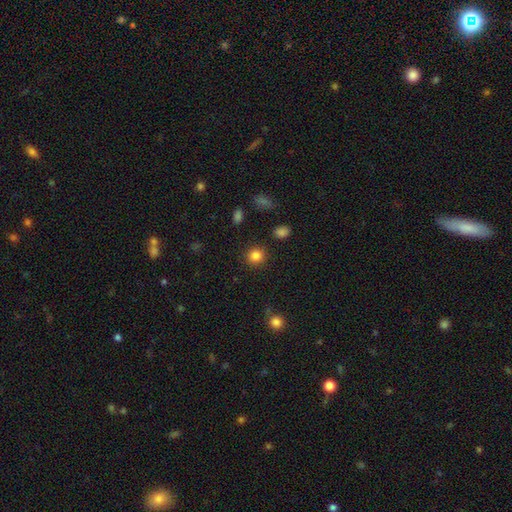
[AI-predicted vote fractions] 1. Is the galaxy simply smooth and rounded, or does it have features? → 85% smooth, 11% star or artifact, 5% featured or disk.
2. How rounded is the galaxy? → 90% round, 9% in between, 1% cigar-shaped.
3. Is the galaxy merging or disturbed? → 90% none, 6% minor disturbance, 2% major disturbance, 2% merger.